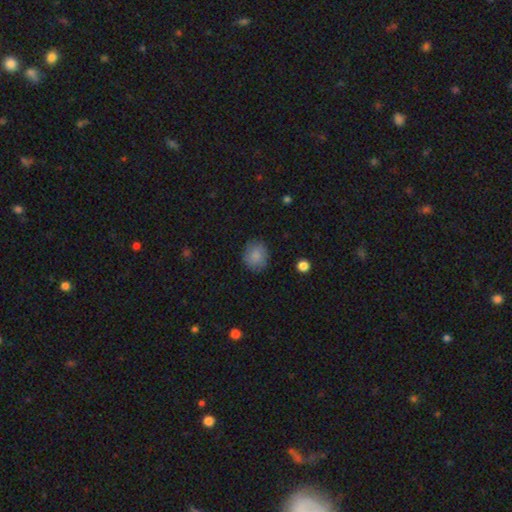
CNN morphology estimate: Smooth or featured?
  - smooth: 83% *
  - featured or disk: 8%
  - star or artifact: 8%
How rounded?
  - round: 75% *
  - in between: 24%
  - cigar-shaped: 1%
Merging?
  - none: 80% *
  - minor disturbance: 15%
  - major disturbance: 4%
  - merger: 1%